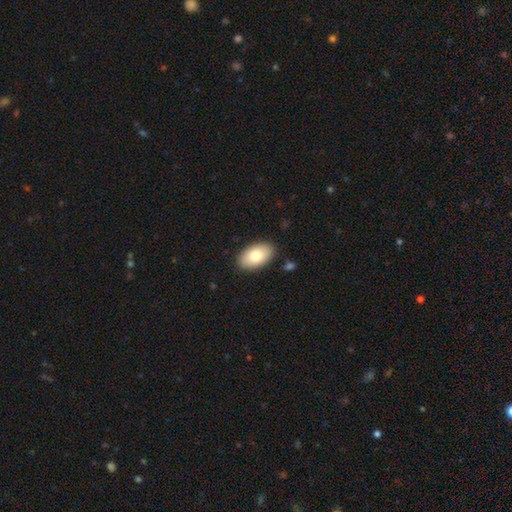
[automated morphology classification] Smooth or featured?
  - smooth: 80% *
  - featured or disk: 14%
  - star or artifact: 6%
How rounded?
  - in between: 95% *
  - round: 4%
  - cigar-shaped: 1%
Merging?
  - none: 88% *
  - minor disturbance: 9%
  - major disturbance: 2%
  - merger: 1%